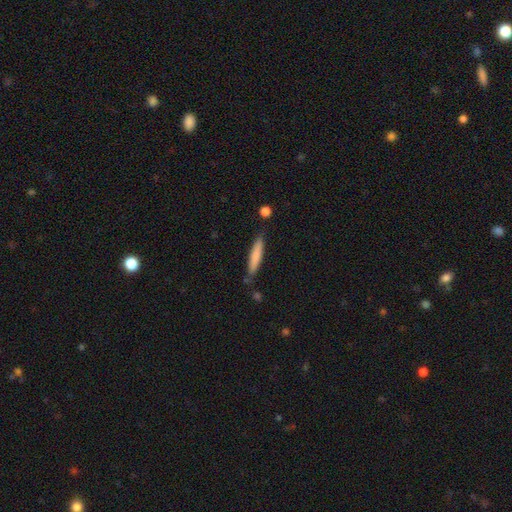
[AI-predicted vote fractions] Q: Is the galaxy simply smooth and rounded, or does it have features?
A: smooth — 77%.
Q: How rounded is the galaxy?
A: cigar-shaped — 90%.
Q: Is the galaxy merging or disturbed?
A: none — 79%.